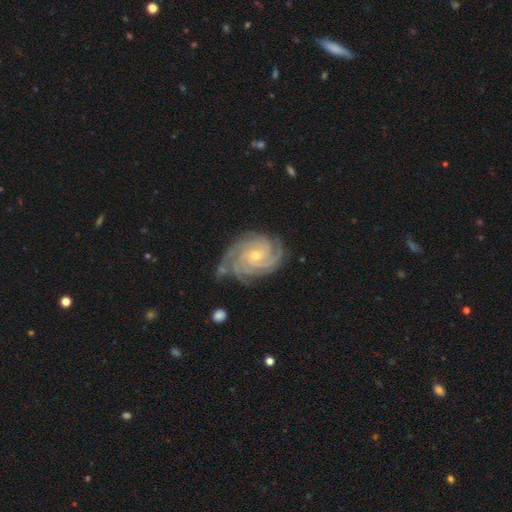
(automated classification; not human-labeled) smooth-or-featured: featured or disk: 92% | star or artifact: 5% | smooth: 4%
  disk-edge-on: no: 98% | yes: 2%
    bar: no: 66% | weak: 25% | strong: 8%
    has-spiral-arms: yes: 99% | no: 1%
      spiral-winding: tight: 80% | medium: 18% | loose: 2%
      spiral-arm-count: 4: 35% | 3: 29% | can't tell: 11% | 2: 10% | more than 4: 8% | 1: 6%
    bulge-size: small: 69% | moderate: 29% | none: 1% | large: 1% | dominant: 1%
  merging: none: 73% | minor disturbance: 20% | major disturbance: 5% | merger: 2%